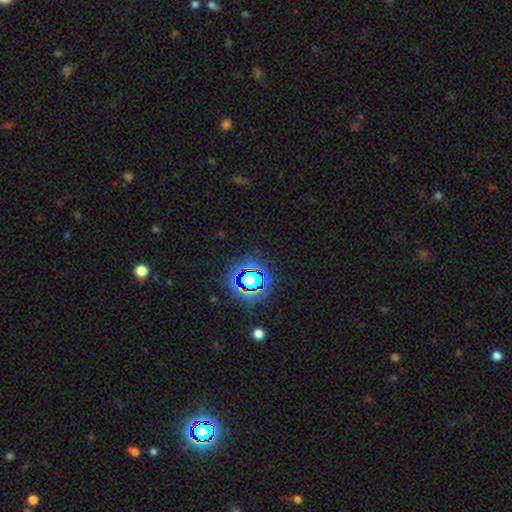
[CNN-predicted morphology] This appears to be a star or artifact, not a galaxy (81%).